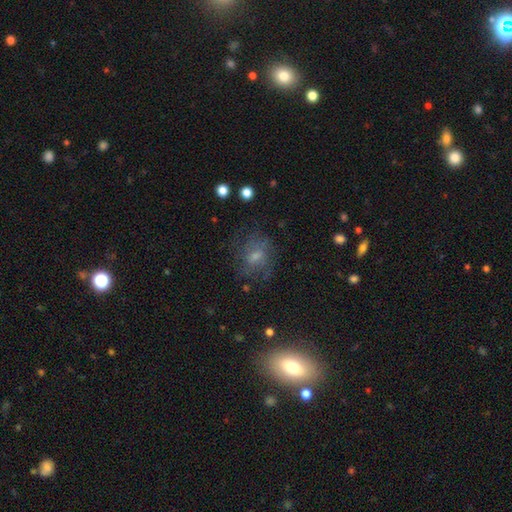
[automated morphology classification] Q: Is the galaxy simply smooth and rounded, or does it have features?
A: smooth — 43%.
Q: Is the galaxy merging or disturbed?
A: none — 62%.